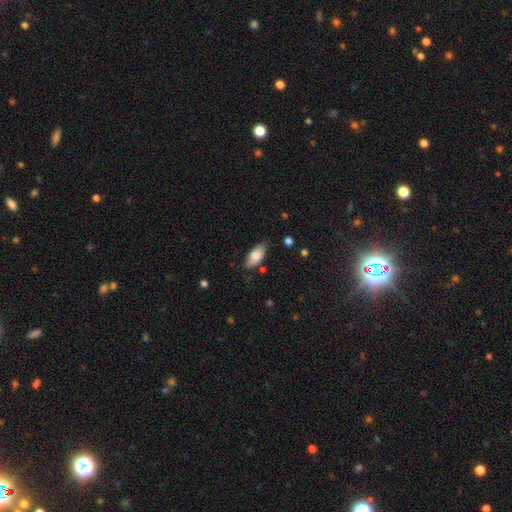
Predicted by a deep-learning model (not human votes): Smooth or featured? smooth (81%)
How rounded? in between (88%)
Merging? none (75%)